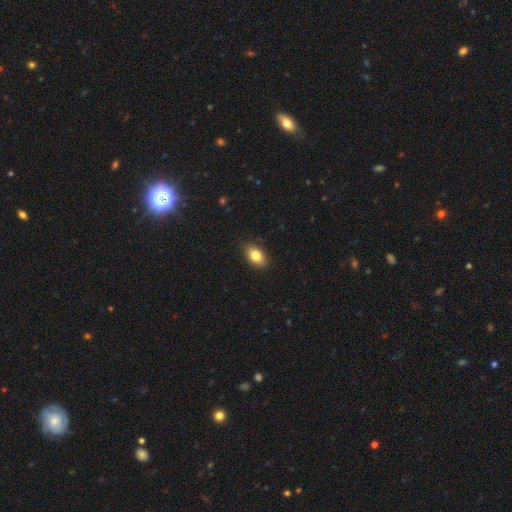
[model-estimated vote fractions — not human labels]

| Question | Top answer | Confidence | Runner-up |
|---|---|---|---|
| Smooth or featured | smooth | 82% | featured or disk (10%) |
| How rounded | in between | 89% | round (9%) |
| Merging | none | 86% | minor disturbance (11%) |